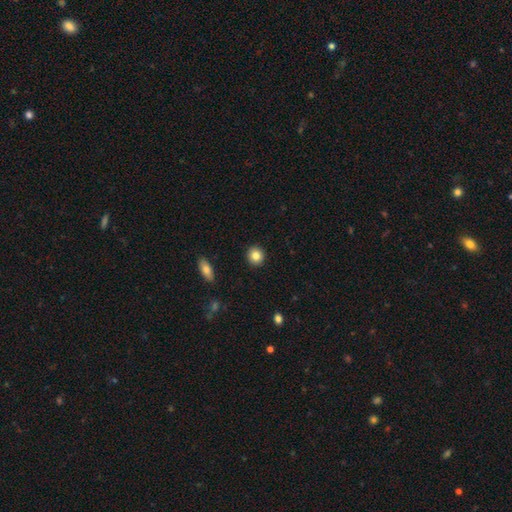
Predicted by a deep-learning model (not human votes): Q: Smooth or featured?
A: smooth (85%); runner-up: star or artifact (9%)
Q: How rounded?
A: round (89%); runner-up: in between (10%)
Q: Merging?
A: none (92%); runner-up: minor disturbance (5%)